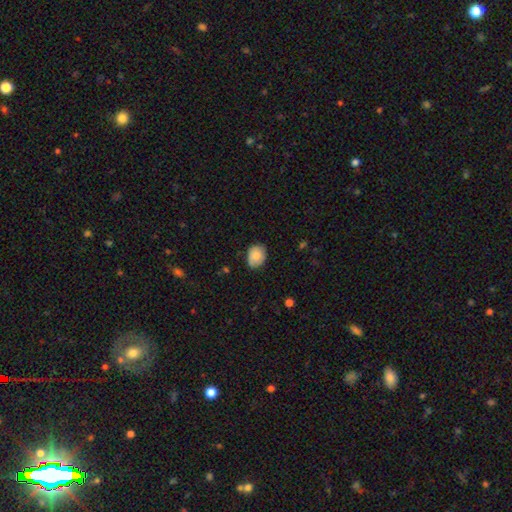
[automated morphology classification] type=smooth (76%); roundness=in between (52%); merging=none (73%).